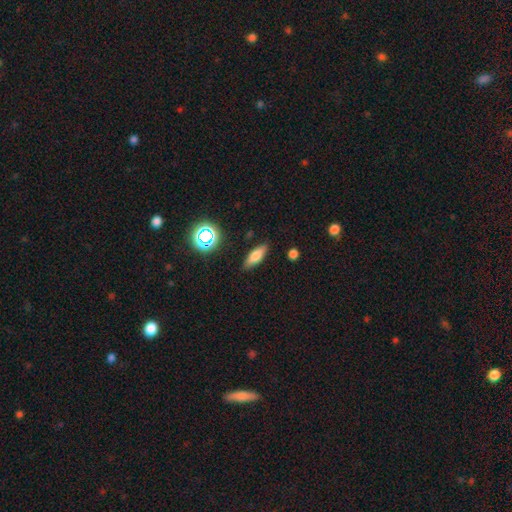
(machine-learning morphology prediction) Smooth or featured: smooth — 72% (featured or disk — 17%)
How rounded: in between — 61% (cigar-shaped — 35%)
Merging: none — 86% (minor disturbance — 10%)